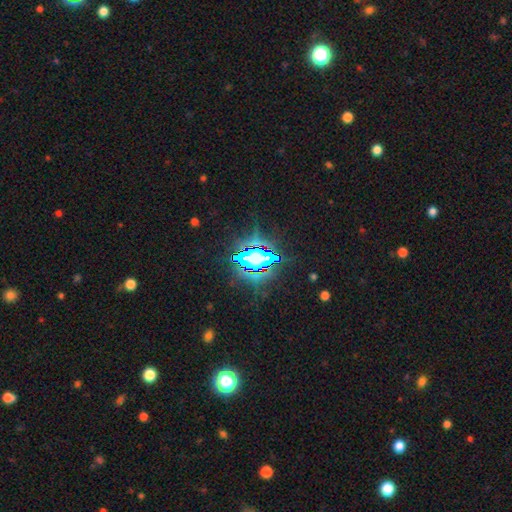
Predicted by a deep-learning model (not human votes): This is likely a star or artifact rather than a galaxy (79%).